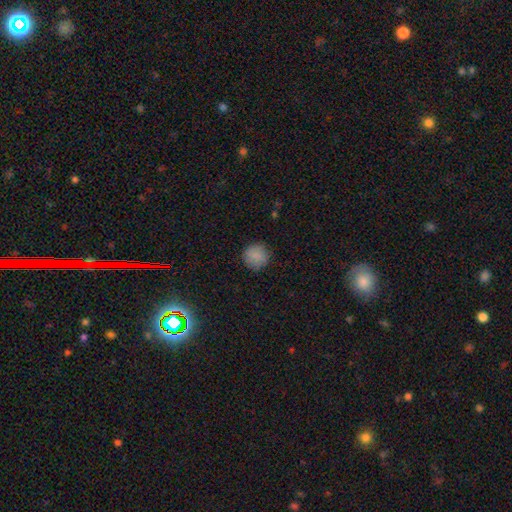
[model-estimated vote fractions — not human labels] Smooth or featured: smooth — 86% (star or artifact — 9%)
How rounded: round — 92% (in between — 7%)
Merging: none — 85% (minor disturbance — 11%)